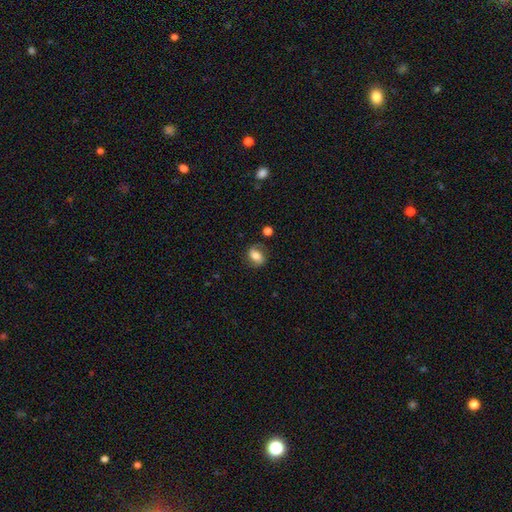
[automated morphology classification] A smooth galaxy with no disk features (51%) that is in between round and cigar-shaped (72%). Merging: none (72%).